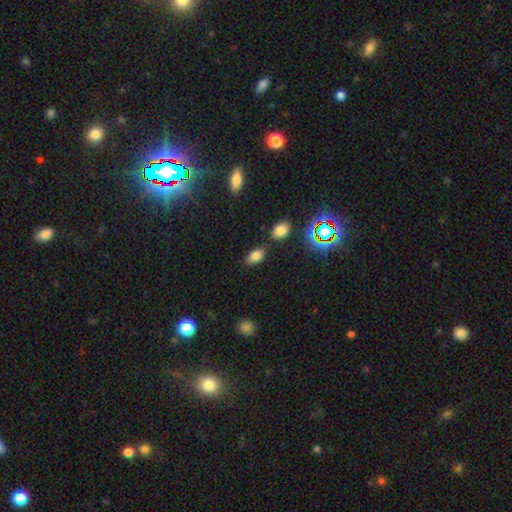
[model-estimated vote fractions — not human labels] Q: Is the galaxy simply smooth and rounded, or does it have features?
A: smooth — 78%.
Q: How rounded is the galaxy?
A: in between — 89%.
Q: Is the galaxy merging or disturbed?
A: none — 76%.